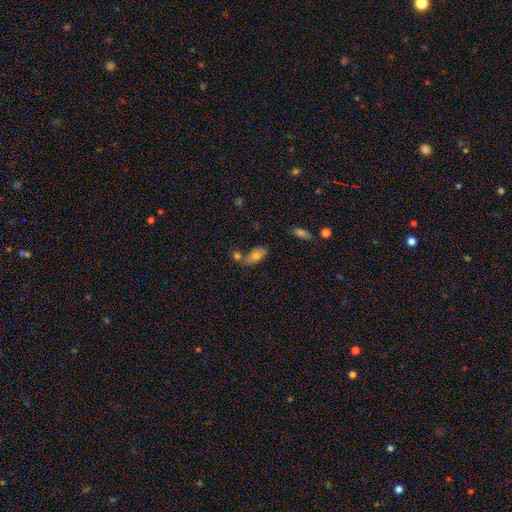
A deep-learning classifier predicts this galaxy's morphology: This appears to be a smooth galaxy with no disk features (75%) that is in between round and cigar-shaped (88%). Merging: none (46%).